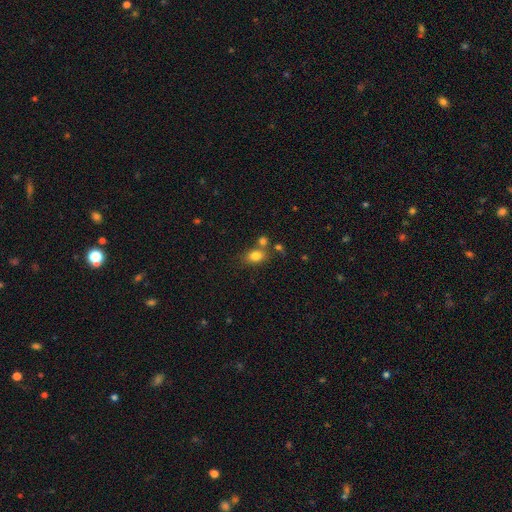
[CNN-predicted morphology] smooth_or_featured: smooth (p=0.81) [alt: star or artifact p=0.11]
how_rounded: in between (p=0.71) [alt: round p=0.27]
merging: none (p=0.60) [alt: merger p=0.22]